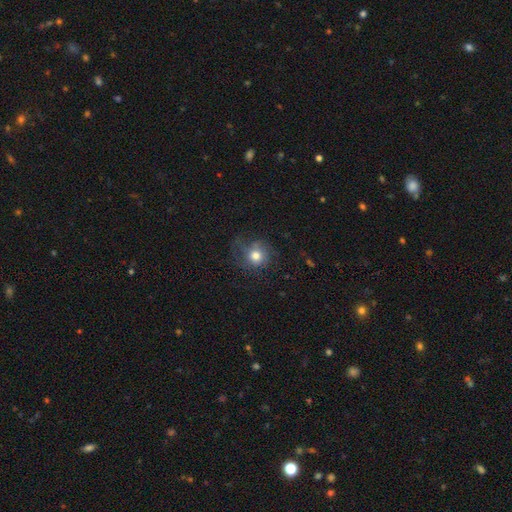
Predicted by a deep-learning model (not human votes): A smooth galaxy with no disk features (56%) that is round (85%).

Vote fractions:
- Smooth or featured? smooth: 56% / featured or disk: 33% / star or artifact: 12%
- How rounded? round: 85% / in between: 14% / cigar-shaped: 1%
- Merging? none: 58% / major disturbance: 21% / minor disturbance: 20% / merger: 1%